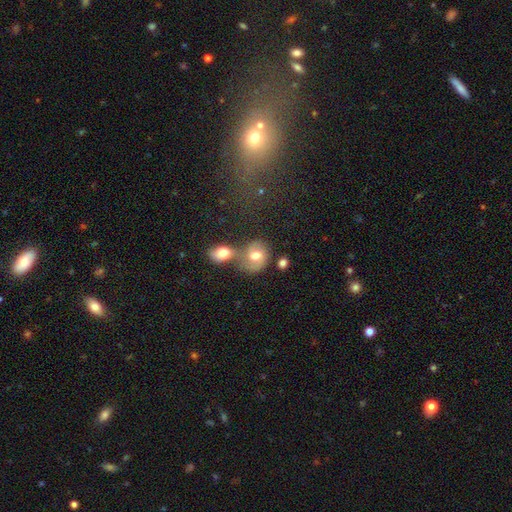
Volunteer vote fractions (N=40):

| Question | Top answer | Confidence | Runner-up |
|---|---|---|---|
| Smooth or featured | featured or disk | 52% | smooth (45%) |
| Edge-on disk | no | 95% | yes (5%) |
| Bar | no | 65% | weak (30%) |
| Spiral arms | yes | 80% | no (20%) |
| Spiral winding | medium | 62% | loose (25%) |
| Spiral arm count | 2 | 94% | 1 (6%) |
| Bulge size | moderate | 95% | small (5%) |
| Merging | merger | 38% | none (31%) |